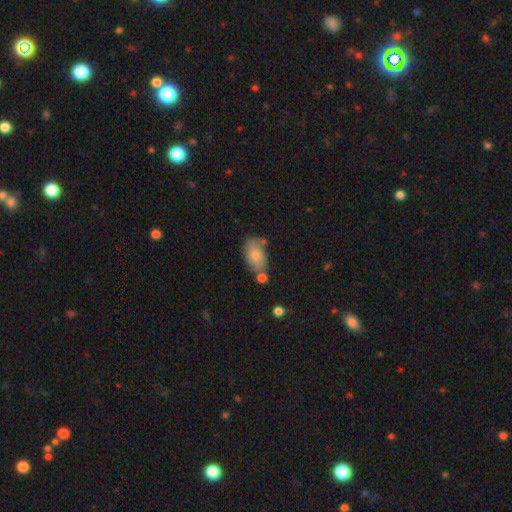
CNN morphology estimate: Smooth or featured?
  - smooth: 78% *
  - featured or disk: 15%
  - star or artifact: 7%
How rounded?
  - in between: 91% *
  - round: 7%
  - cigar-shaped: 2%
Merging?
  - none: 58% *
  - minor disturbance: 21%
  - merger: 15%
  - major disturbance: 6%